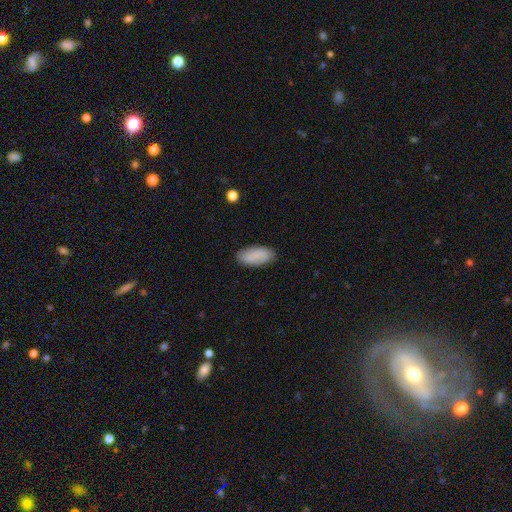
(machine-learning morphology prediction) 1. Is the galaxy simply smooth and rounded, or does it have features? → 81% smooth, 12% featured or disk, 7% star or artifact.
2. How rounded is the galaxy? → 91% in between, 6% cigar-shaped, 2% round.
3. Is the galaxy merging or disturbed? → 84% none, 12% minor disturbance, 3% major disturbance, 1% merger.